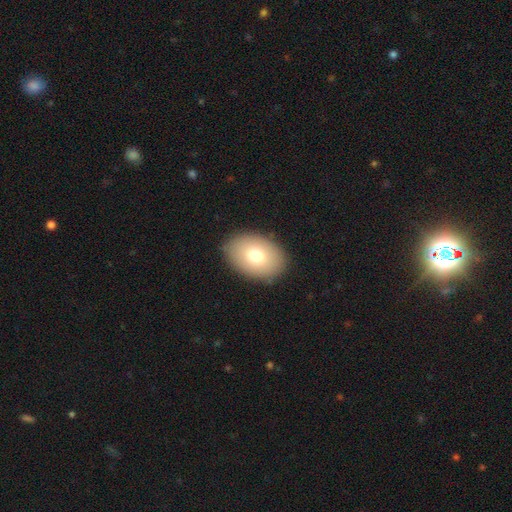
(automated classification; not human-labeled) Smooth or featured? Predicted: smooth (p=0.75). How rounded? Predicted: in between (p=0.84). Merging? Predicted: none (p=0.88).